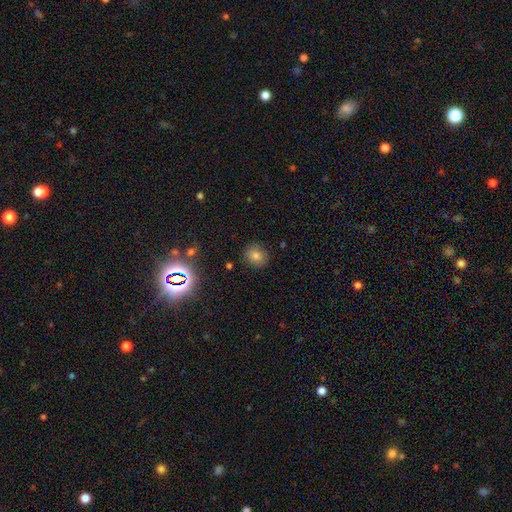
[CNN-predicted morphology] This is likely a smooth galaxy (75%). How rounded: likely round (75%). Merging: clearly none (86%).